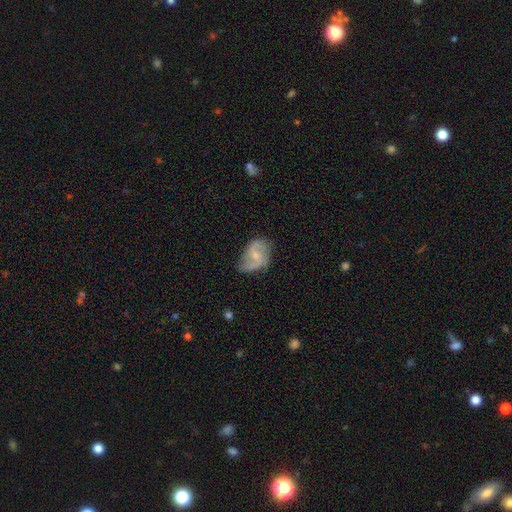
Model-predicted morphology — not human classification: Smooth or featured? Predicted: featured or disk (p=0.74). Edge-on disk? Predicted: no (p=0.97). Bar? Predicted: weak (p=0.49). Spiral arms? Predicted: yes (p=0.90). Spiral winding? Predicted: loose (p=0.53). Spiral arm count? Predicted: 2 (p=0.87). Bulge size? Predicted: small (p=0.59). Merging? Predicted: none (p=0.61).